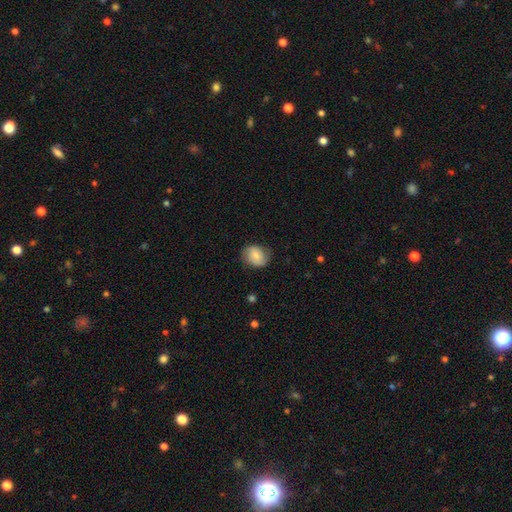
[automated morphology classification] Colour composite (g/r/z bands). It shows a smooth galaxy with no disk features (68%) that is round (53%). Merging: none (72%).